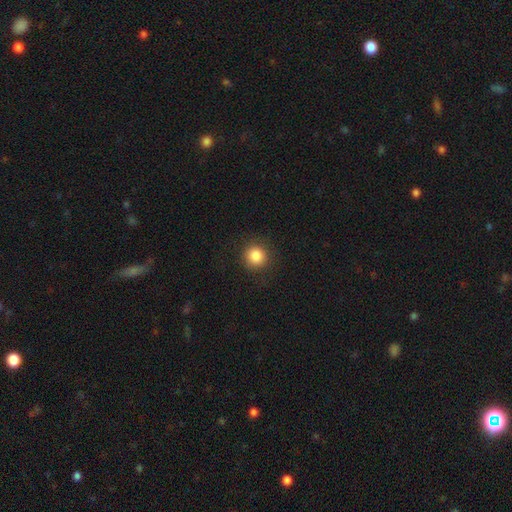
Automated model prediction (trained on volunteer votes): Morphology: type=smooth (85%); roundness=round (93%); merging=none (89%).